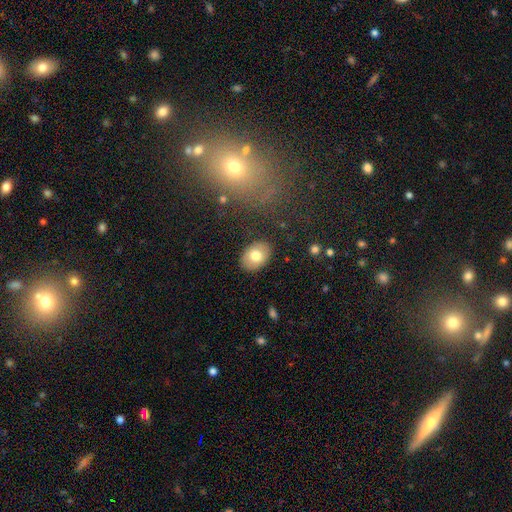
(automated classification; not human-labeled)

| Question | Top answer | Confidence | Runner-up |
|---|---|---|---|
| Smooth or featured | smooth | 74% | featured or disk (18%) |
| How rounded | in between | 76% | round (23%) |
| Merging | none | 87% | minor disturbance (9%) |